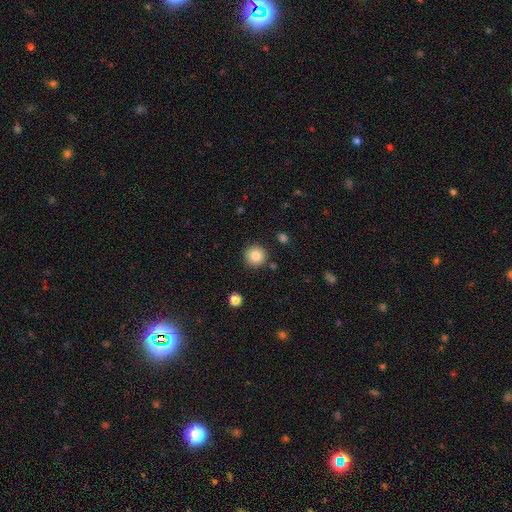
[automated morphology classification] smooth-or-featured: smooth: 85% | star or artifact: 10% | featured or disk: 6%
  how-rounded: round: 95% | in between: 4% | cigar-shaped: 1%
  merging: none: 89% | minor disturbance: 6% | merger: 3% | major disturbance: 2%